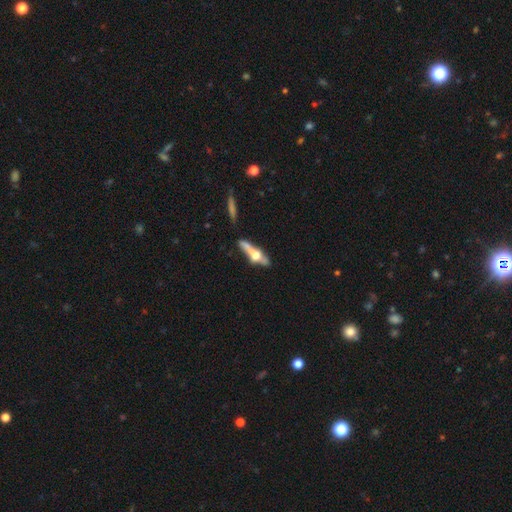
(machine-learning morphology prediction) This is possibly a featured or disk galaxy (57%). It is clearly viewed edge-on (80%). Merging: possibly none (45%).